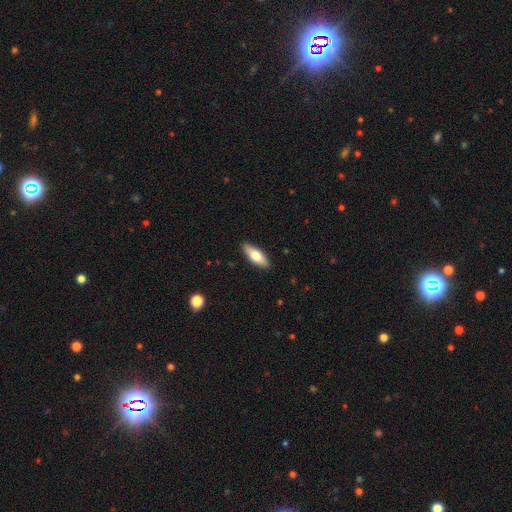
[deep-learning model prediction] Overall: smooth (69%). How rounded: in between (64%; cigar-shaped 33%). Merging: none (89%).